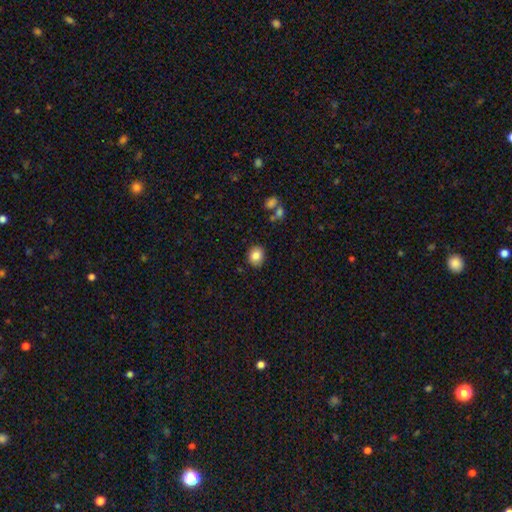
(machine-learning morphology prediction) smooth 84%, star or artifact 9%, featured or disk 7%. Down the decision tree: how rounded — round (65%); merging — none (86%).